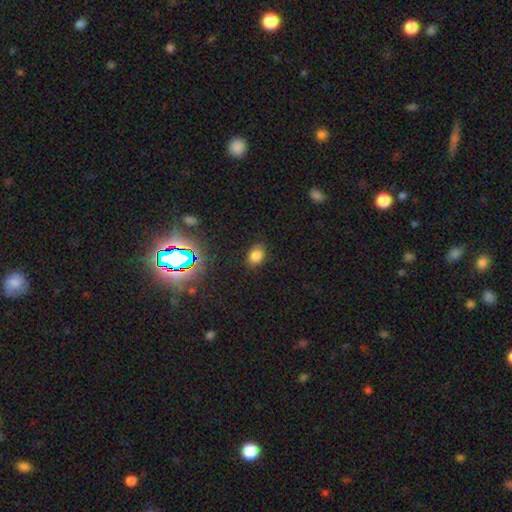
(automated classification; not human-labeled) Smooth or featured: smooth — 77% (star or artifact — 17%)
How rounded: in between — 70% (round — 29%)
Merging: none — 82% (minor disturbance — 13%)